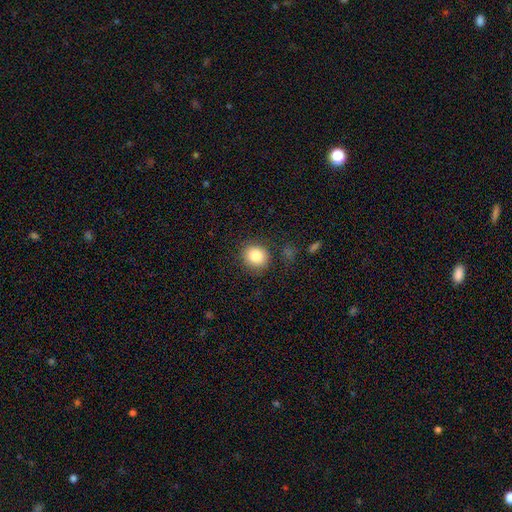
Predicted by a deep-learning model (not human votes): Q: Smooth or featured?
A: smooth (83%); runner-up: star or artifact (10%)
Q: How rounded?
A: round (80%); runner-up: in between (19%)
Q: Merging?
A: none (85%); runner-up: minor disturbance (10%)